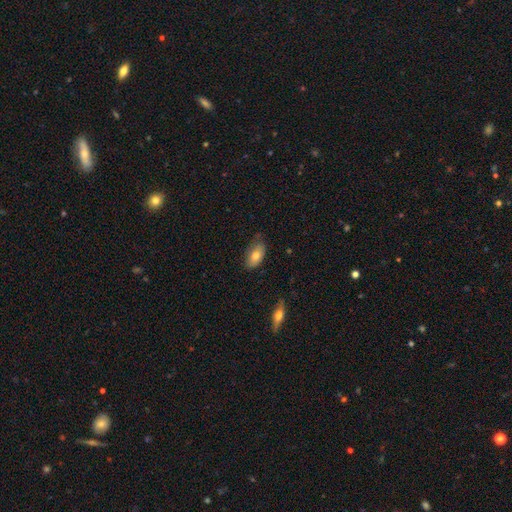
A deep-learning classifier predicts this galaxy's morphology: The model was most divided on "merging": none: 67%, minor disturbance: 27%, major disturbance: 5%, merger: 2%. More confident: how rounded — in between (92%); smooth or featured — smooth (74%).